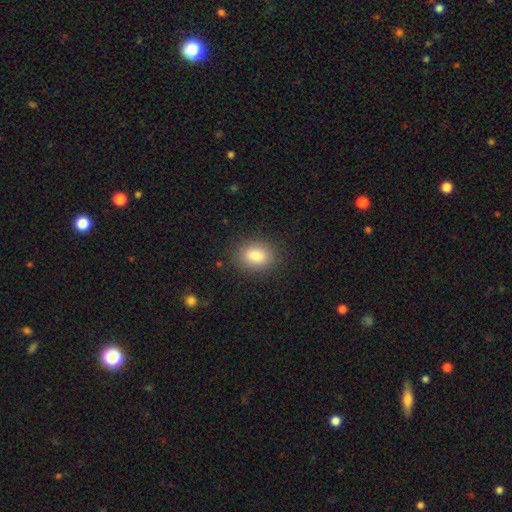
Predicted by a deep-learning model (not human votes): Overall: smooth (85%). How rounded: in between (74%). Merging: none (87%).